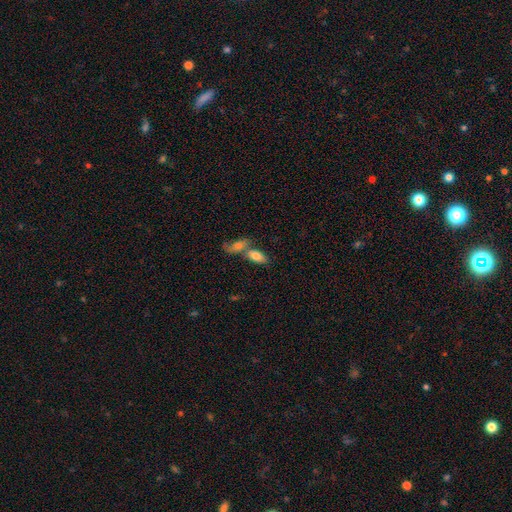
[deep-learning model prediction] smooth-or-featured: smooth: 78% | featured or disk: 15% | star or artifact: 8%
  how-rounded: in between: 88% | cigar-shaped: 8% | round: 4%
  merging: merger: 51% | none: 36% | minor disturbance: 9% | major disturbance: 4%